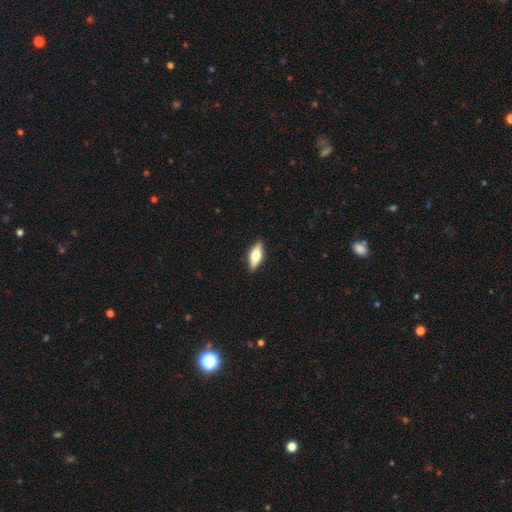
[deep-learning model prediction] Smooth or featured? smooth (54%)
How rounded? in between (68%)
Merging? none (89%)